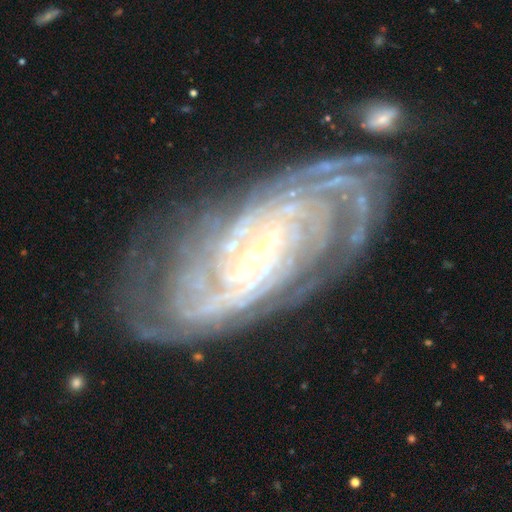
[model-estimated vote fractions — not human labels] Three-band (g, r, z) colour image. It shows a featured or disk galaxy (90%) with no bar (41%), tight (76%) spiral arms (98%) and a small central bulge (80%). Merging: none (71%).